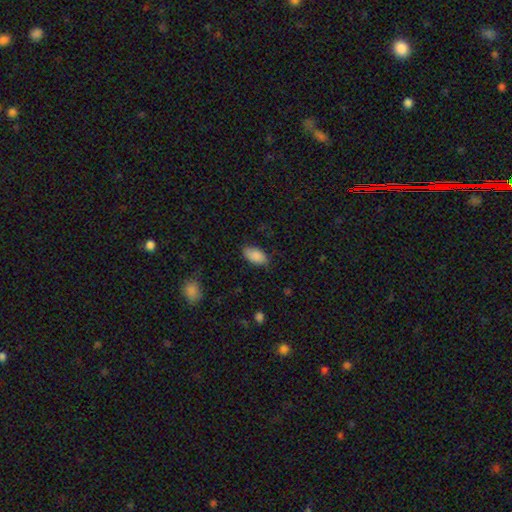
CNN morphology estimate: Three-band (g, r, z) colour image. It shows a smooth galaxy with no disk features (88%) that is in between round and cigar-shaped (94%). Merging: none (78%).